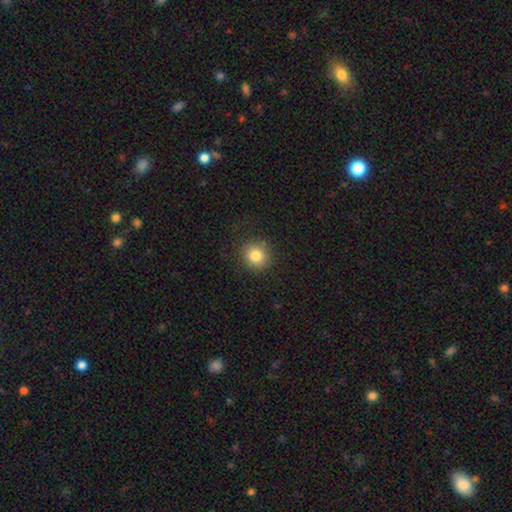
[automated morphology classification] smooth-or-featured: smooth: 82% | star or artifact: 11% | featured or disk: 7%
  how-rounded: round: 89% | in between: 10% | cigar-shaped: 1%
  merging: none: 86% | minor disturbance: 9% | major disturbance: 3% | merger: 1%